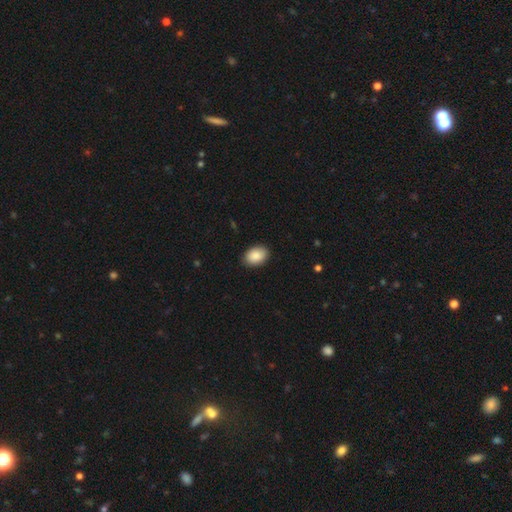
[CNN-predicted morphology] A smooth galaxy with no disk features (89%) that is in between round and cigar-shaped (83%). Merging: none (88%).